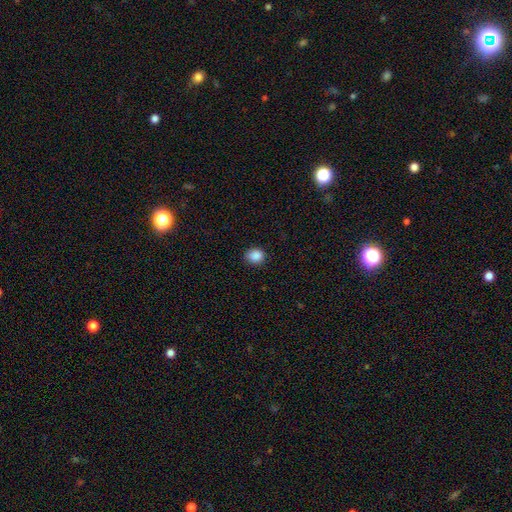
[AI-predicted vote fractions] Smooth or featured? Predicted: smooth (p=0.87). How rounded? Predicted: round (p=0.71). Merging? Predicted: none (p=0.86).